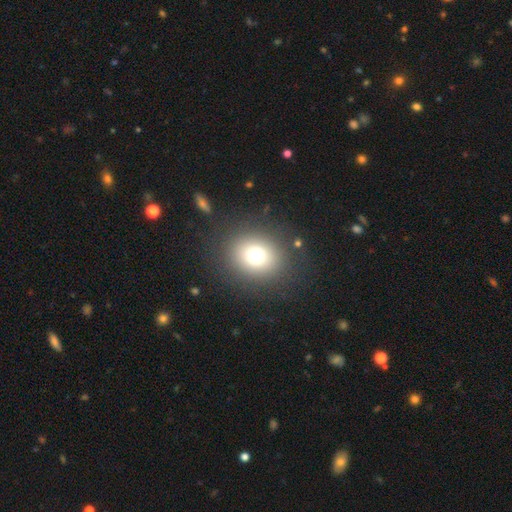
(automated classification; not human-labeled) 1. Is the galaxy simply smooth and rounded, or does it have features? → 71% smooth, 18% star or artifact, 11% featured or disk.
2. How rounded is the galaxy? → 76% round, 23% in between, 1% cigar-shaped.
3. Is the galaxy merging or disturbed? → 86% none, 7% minor disturbance, 5% major disturbance, 2% merger.